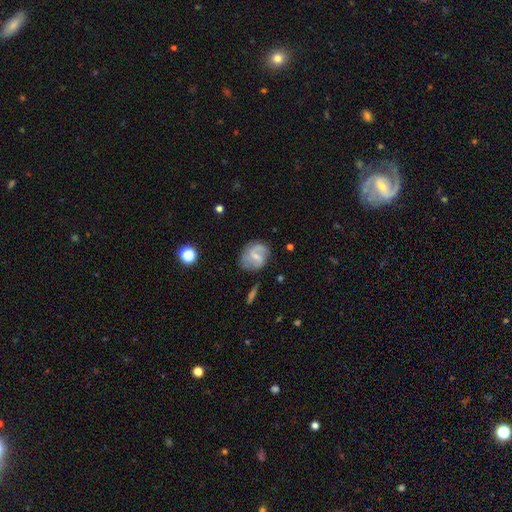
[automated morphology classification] type=featured or disk (62%); edge-on=no (96%); bar=weak (54%); spiral arms=yes (81%); bulge=small (60%); merging=none (66%).